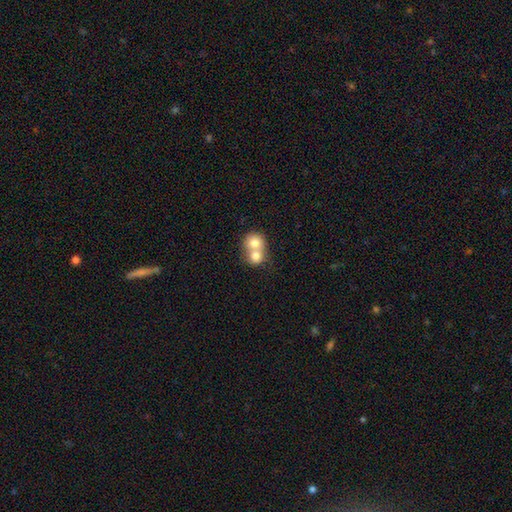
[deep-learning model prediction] Overall: smooth (74%). How rounded: round (77%). Merging: merger (74%).